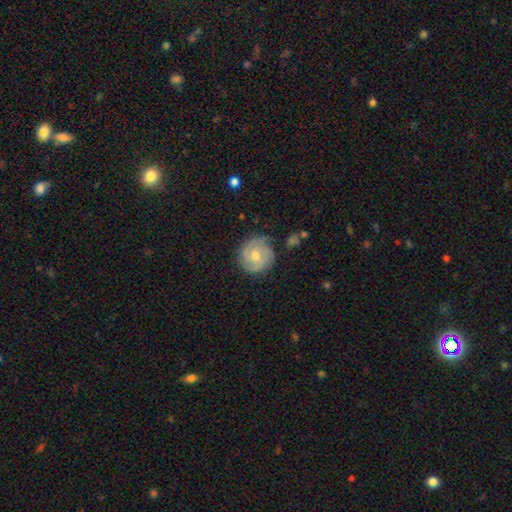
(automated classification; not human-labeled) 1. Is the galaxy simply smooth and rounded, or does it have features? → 77% featured or disk, 17% smooth, 6% star or artifact.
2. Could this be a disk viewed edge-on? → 98% no, 2% yes.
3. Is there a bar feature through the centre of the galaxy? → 62% no, 34% weak, 5% strong.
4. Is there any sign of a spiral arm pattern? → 95% yes, 5% no.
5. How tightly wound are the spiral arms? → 60% tight, 33% medium, 7% loose.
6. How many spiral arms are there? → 38% 2, 35% 3, 15% can't tell, 5% 4, 4% 1, 4% more than 4.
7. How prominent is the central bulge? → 56% moderate, 40% small, 2% large, 1% none, 1% dominant.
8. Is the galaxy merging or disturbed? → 78% none, 16% minor disturbance, 4% major disturbance, 2% merger.